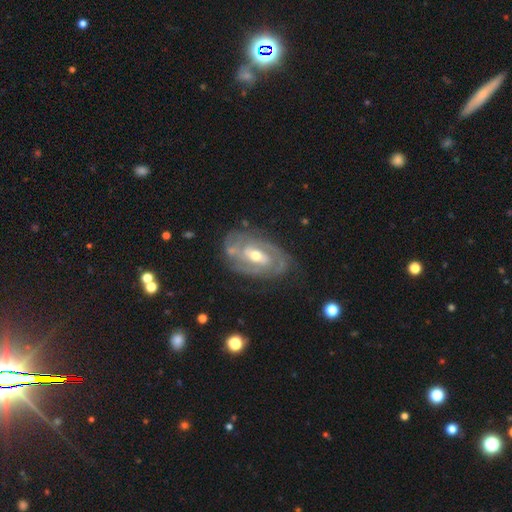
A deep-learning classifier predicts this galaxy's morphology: This is clearly a featured or disk galaxy (87%). It is clearly not viewed edge-on (96%). Bar: marginally weak (44%). Spiral arm pattern: clearly yes (93%). Spiral arm count: possibly 2 (50%). Spiral winding: likely tight (61%). Central bulge: likely moderate (67%). Merging: likely none (72%).